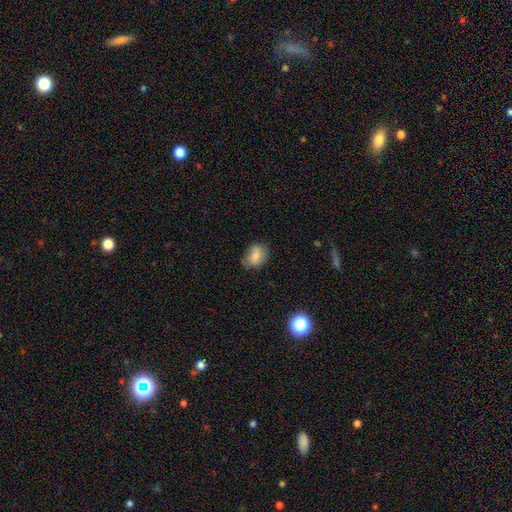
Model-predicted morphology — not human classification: A smooth galaxy with no disk features (76%) that is in between round and cigar-shaped (70%). Merging: none (67%).